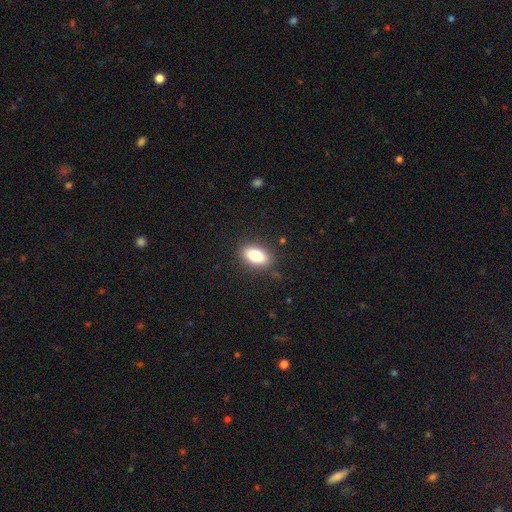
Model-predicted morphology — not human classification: Smooth or featured? smooth (81%)
How rounded? in between (89%)
Merging? none (86%)